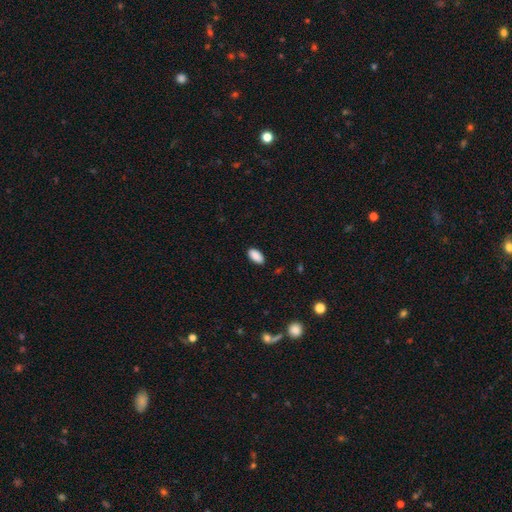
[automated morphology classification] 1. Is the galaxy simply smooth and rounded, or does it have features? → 90% smooth, 7% star or artifact, 3% featured or disk.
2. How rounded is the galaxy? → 93% in between, 5% cigar-shaped, 3% round.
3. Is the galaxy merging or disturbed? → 87% none, 10% minor disturbance, 2% major disturbance, 1% merger.